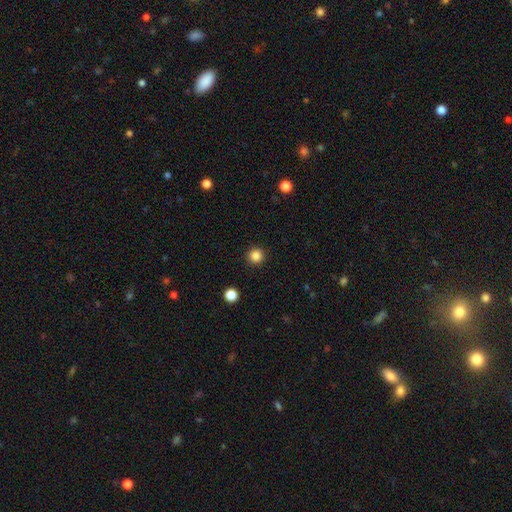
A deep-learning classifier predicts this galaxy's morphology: Smooth or featured? smooth (85%)
How rounded? round (96%)
Merging? none (93%)